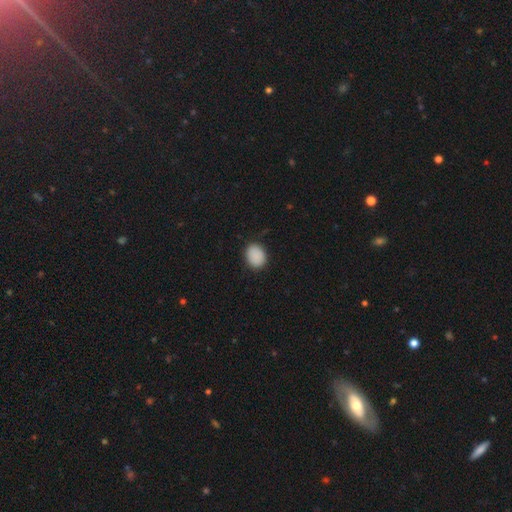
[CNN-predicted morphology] Smooth or featured: smooth — 89% (star or artifact — 8%)
How rounded: in between — 54% (round — 45%)
Merging: none — 86% (minor disturbance — 11%)